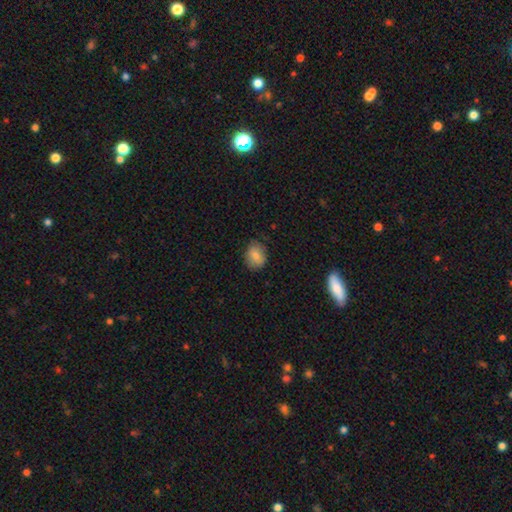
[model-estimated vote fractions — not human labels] Morphology: type=smooth (81%); roundness=in between (51%); merging=none (78%).